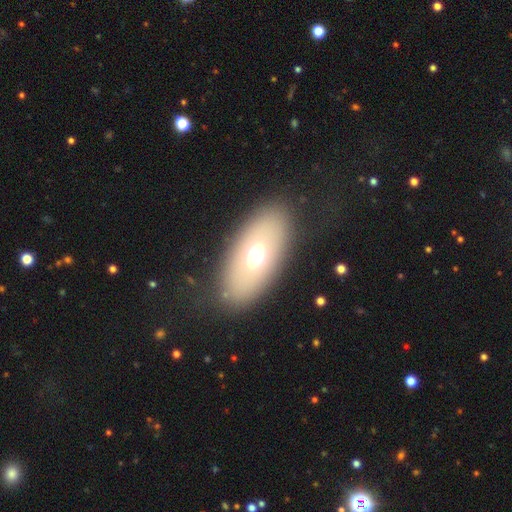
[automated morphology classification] Smooth or featured?
  - smooth: 60% *
  - featured or disk: 30%
  - star or artifact: 10%
How rounded?
  - in between: 87% *
  - round: 6%
  - cigar-shaped: 6%
Merging?
  - none: 83% *
  - minor disturbance: 10%
  - major disturbance: 6%
  - merger: 2%